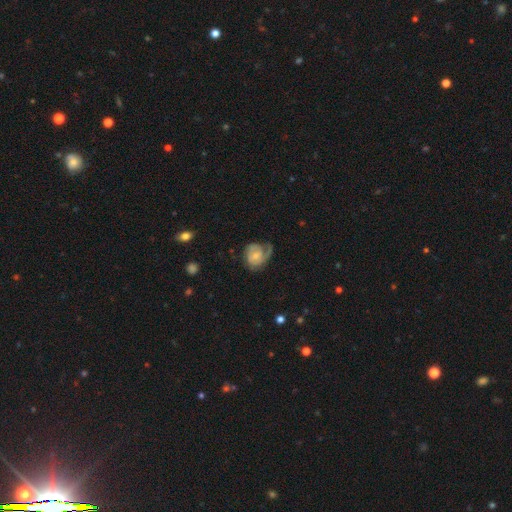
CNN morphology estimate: type=featured or disk (65%); edge-on=no (97%); bar=no (66%); spiral arms=yes (88%); winding=tight (46%); arm count=1 (37%); bulge=small (52%); merging=none (44%).